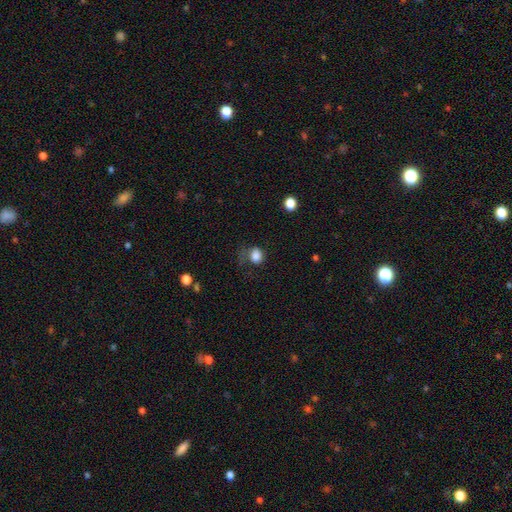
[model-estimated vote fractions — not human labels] smooth_or_featured: smooth (p=0.84) [alt: star or artifact p=0.09]
how_rounded: round (p=0.57) [alt: in between p=0.42]
merging: none (p=0.45) [alt: major disturbance p=0.26]